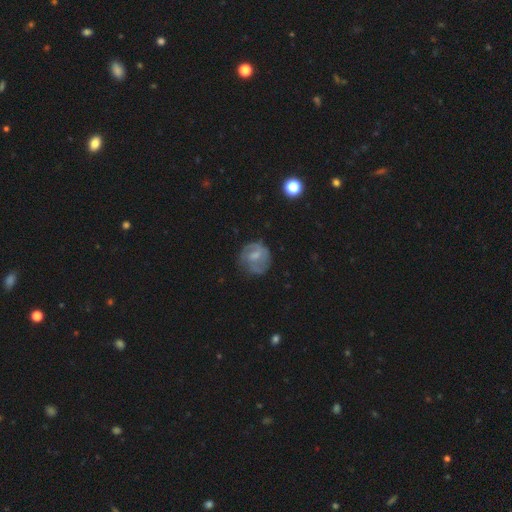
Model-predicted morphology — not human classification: featured or disk 53%, smooth 39%, star or artifact 8%. Down the decision tree: edge-on disk — no (97%); bar — weak (48%); spiral arms — yes (71%); bulge size — moderate (36%); merging — none (64%).